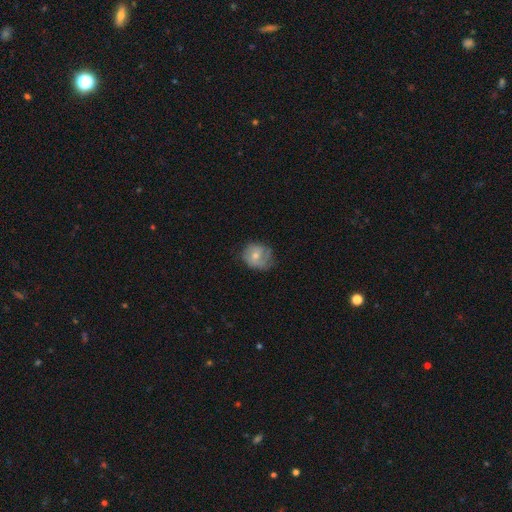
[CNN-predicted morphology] Overall: smooth (51%; featured or disk 41%). How rounded: round (72%). Merging: none (56%; minor disturbance 29%).